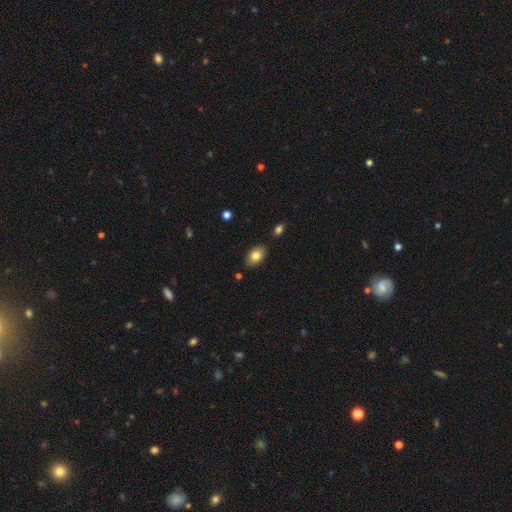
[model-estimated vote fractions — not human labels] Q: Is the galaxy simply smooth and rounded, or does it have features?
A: smooth — 80%.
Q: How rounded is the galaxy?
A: in between — 85%.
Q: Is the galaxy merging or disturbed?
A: none — 83%.